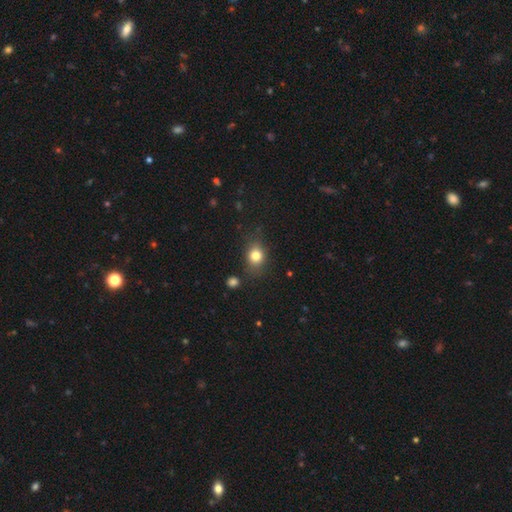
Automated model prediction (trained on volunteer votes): Smooth or featured: smooth — 80% (star or artifact — 11%)
How rounded: round — 52% (in between — 47%)
Merging: none — 77% (minor disturbance — 16%)